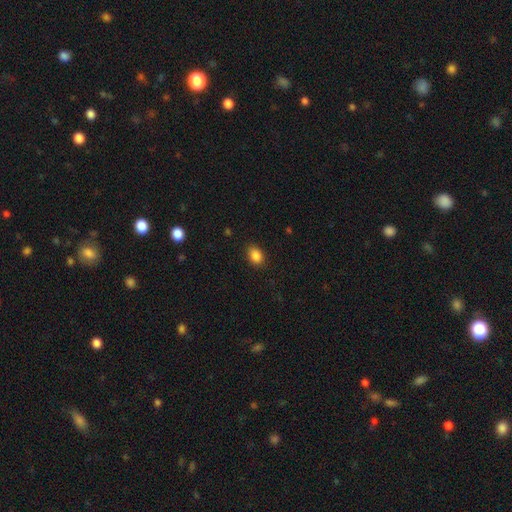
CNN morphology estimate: Smooth or featured?
  - smooth: 87% *
  - star or artifact: 10%
  - featured or disk: 4%
How rounded?
  - in between: 73% *
  - round: 26%
  - cigar-shaped: 1%
Merging?
  - none: 86% *
  - minor disturbance: 10%
  - major disturbance: 3%
  - merger: 1%